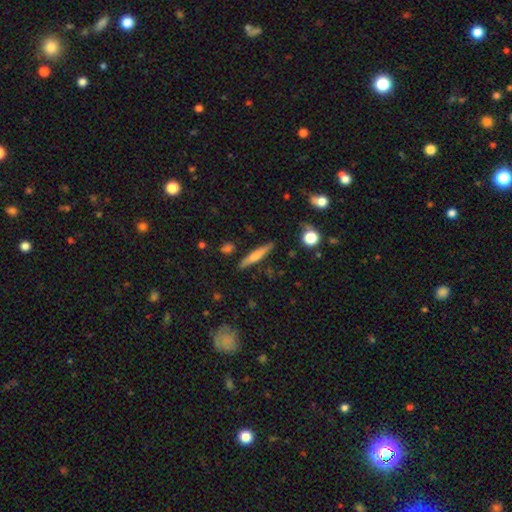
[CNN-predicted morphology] smooth-or-featured: smooth: 56% | featured or disk: 37% | star or artifact: 7%
  how-rounded: cigar-shaped: 90% | in between: 8% | round: 2%
  merging: none: 87% | minor disturbance: 9% | merger: 2% | major disturbance: 2%